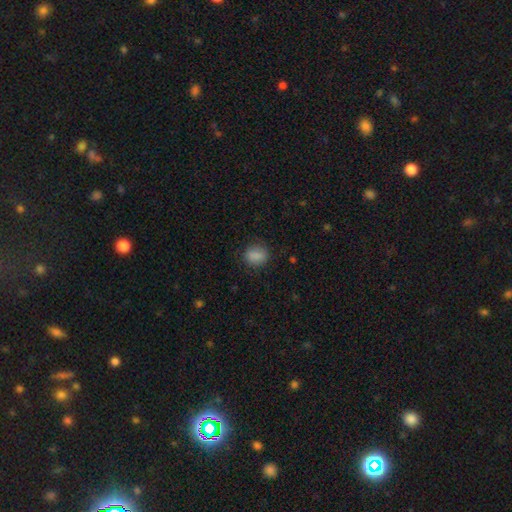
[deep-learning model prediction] Overall: smooth (87%). How rounded: round (52%; in between 46%). Merging: none (82%).